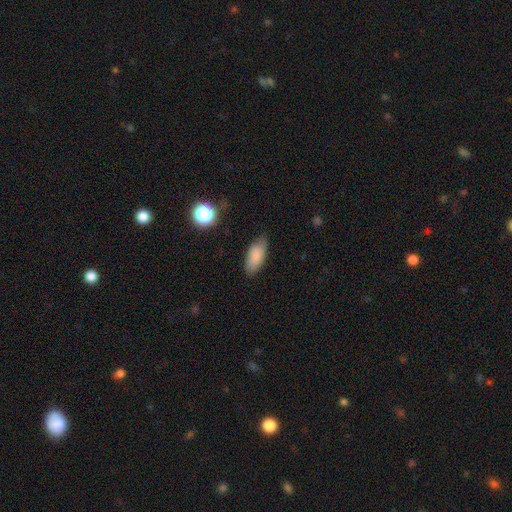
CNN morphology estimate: The model was most divided on "merging": none: 76%, minor disturbance: 19%, major disturbance: 4%, merger: 1%. More confident: how rounded — in between (87%); smooth or featured — smooth (83%).